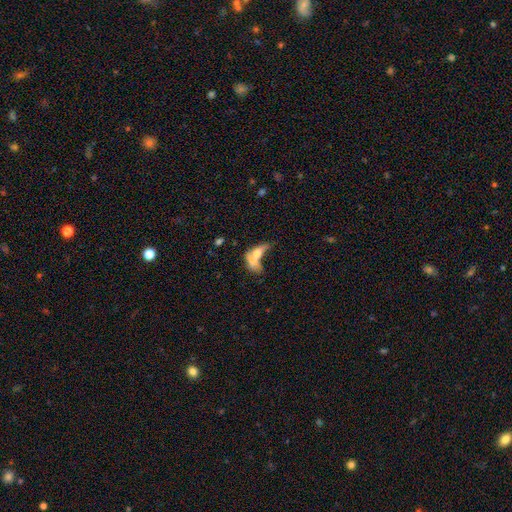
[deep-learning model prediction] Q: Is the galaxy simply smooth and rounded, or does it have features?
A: smooth — 58%.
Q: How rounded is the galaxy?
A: in between — 73%.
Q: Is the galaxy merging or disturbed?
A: merger — 67%.